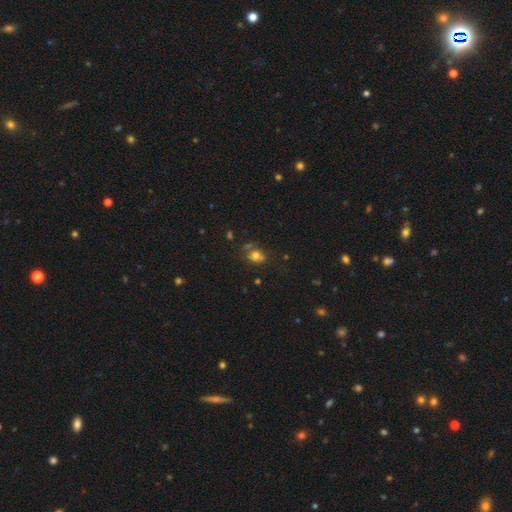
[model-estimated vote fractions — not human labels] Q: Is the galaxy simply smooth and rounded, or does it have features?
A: smooth — 70%.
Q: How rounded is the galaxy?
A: round — 62%.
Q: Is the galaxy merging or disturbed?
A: none — 54%.